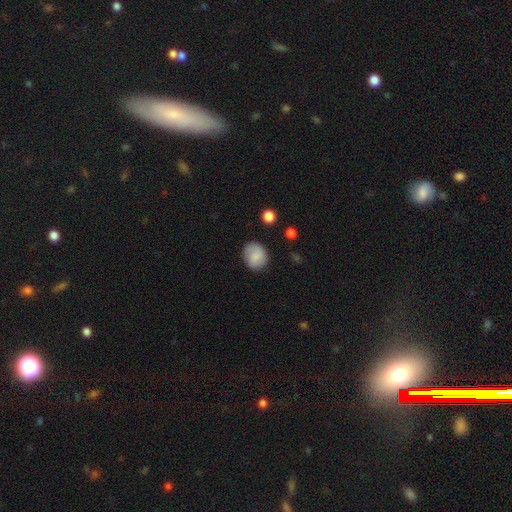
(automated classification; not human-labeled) Overall: smooth (79%). How rounded: round (73%). Merging: none (80%).